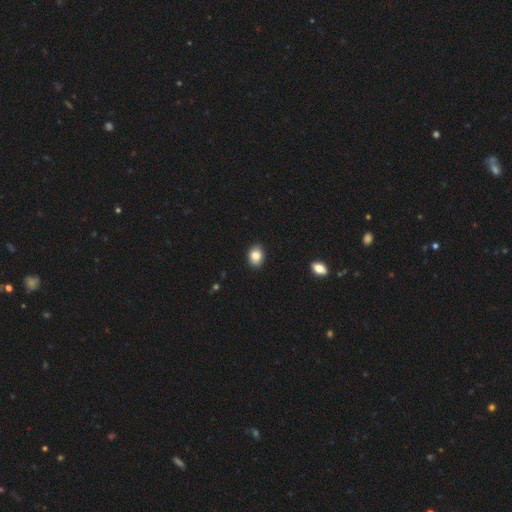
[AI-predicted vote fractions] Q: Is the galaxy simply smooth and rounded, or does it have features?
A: smooth — 85%.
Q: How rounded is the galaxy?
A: in between — 68%.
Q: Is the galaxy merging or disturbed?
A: none — 87%.